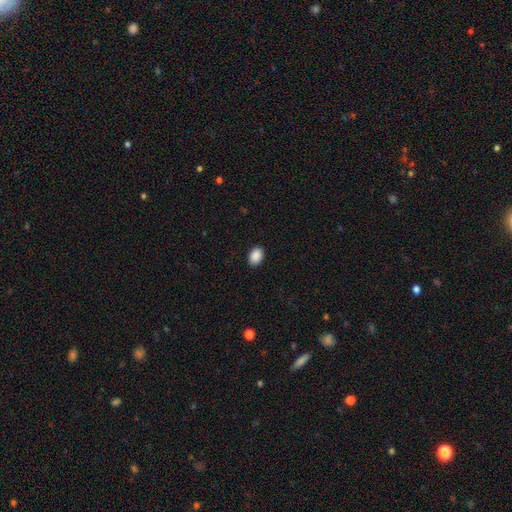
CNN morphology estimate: smooth_or_featured: smooth (p=0.90) [alt: star or artifact p=0.08]
how_rounded: in between (p=0.82) [alt: round p=0.17]
merging: none (p=0.90) [alt: minor disturbance p=0.07]